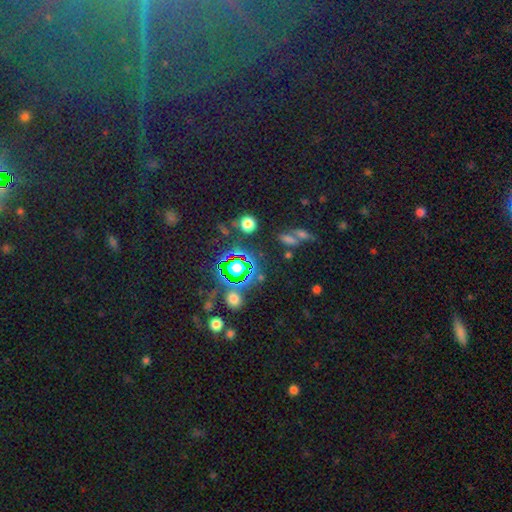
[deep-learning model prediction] star or artifact 77%, smooth 14%, featured or disk 9%.